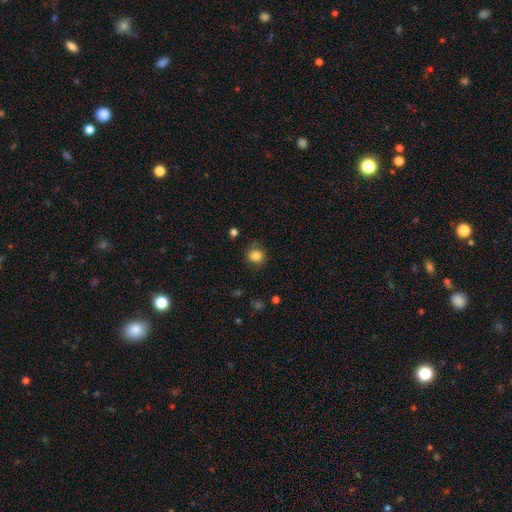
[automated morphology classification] Smooth or featured? Predicted: smooth (p=0.83). How rounded? Predicted: round (p=0.86). Merging? Predicted: none (p=0.80).